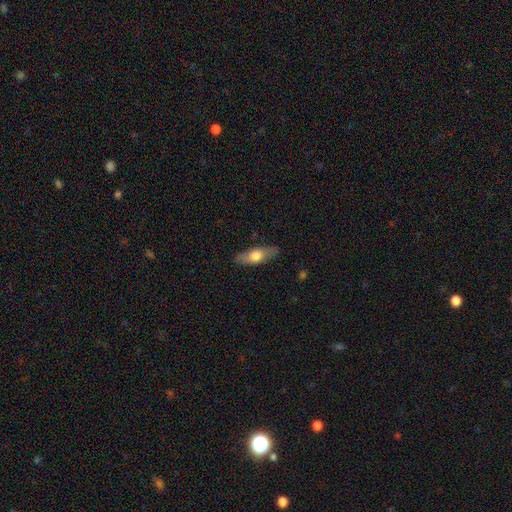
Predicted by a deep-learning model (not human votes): A smooth galaxy with no disk features (59%) that is in between round and cigar-shaped (63%). Merging: none (86%).